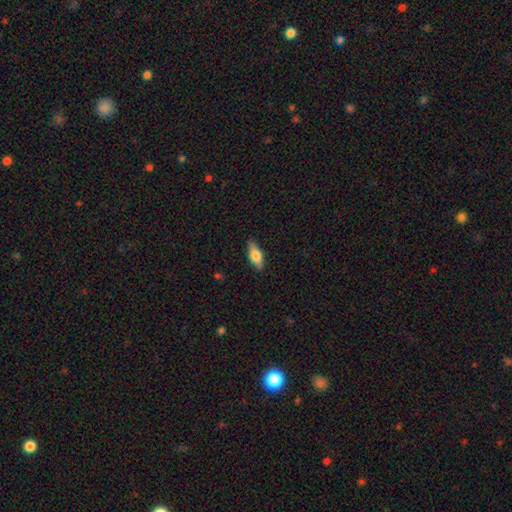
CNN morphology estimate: smooth-or-featured: smooth: 64% | featured or disk: 29% | star or artifact: 6%
  how-rounded: in between: 69% | cigar-shaped: 28% | round: 3%
  merging: none: 87% | minor disturbance: 10% | major disturbance: 2% | merger: 1%